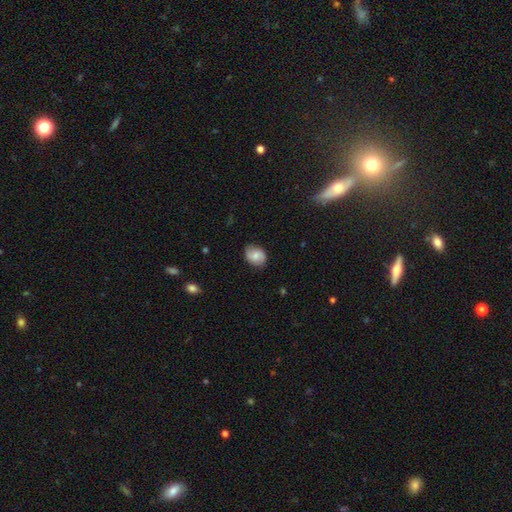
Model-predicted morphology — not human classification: Smooth or featured? smooth (71%)
How rounded? in between (60%)
Merging? none (80%)